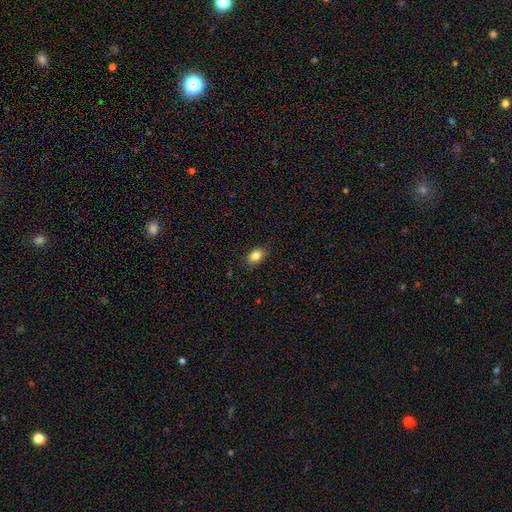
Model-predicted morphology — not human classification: smooth_or_featured: smooth (p=0.84) [alt: star or artifact p=0.09]
how_rounded: in between (p=0.76) [alt: round p=0.23]
merging: none (p=0.85) [alt: minor disturbance p=0.11]